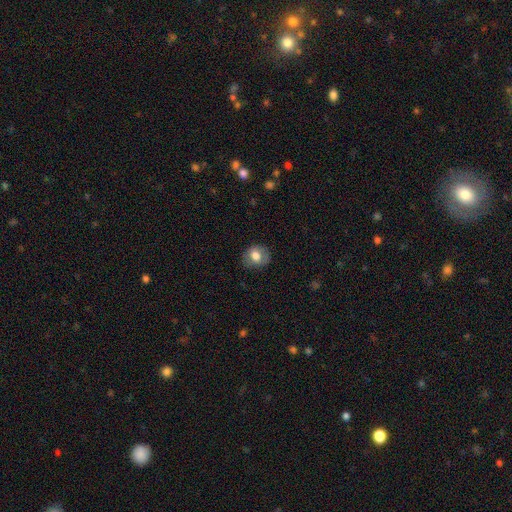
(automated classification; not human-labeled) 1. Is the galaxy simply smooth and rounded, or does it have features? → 71% smooth, 20% featured or disk, 8% star or artifact.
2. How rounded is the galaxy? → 64% round, 35% in between, 1% cigar-shaped.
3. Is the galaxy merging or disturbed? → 77% none, 16% minor disturbance, 5% major disturbance, 1% merger.